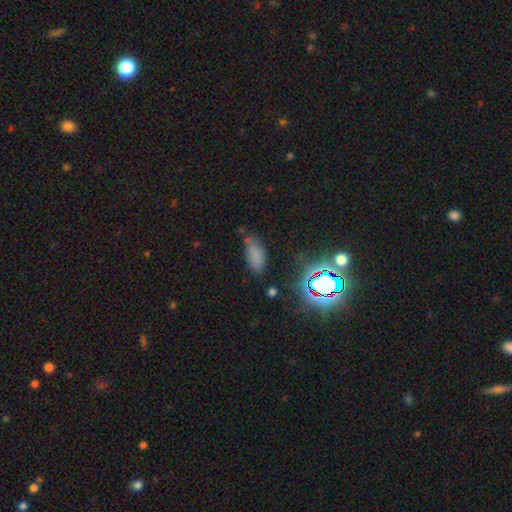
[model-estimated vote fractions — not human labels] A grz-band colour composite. It shows a smooth galaxy with no disk features (70%) that is in between round and cigar-shaped (83%). Merging: none (57%).